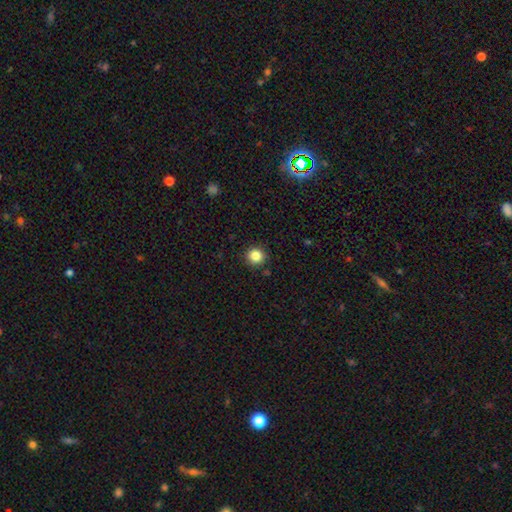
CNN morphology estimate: A smooth galaxy with no disk features (84%) that is round (93%). Merging: none (91%).